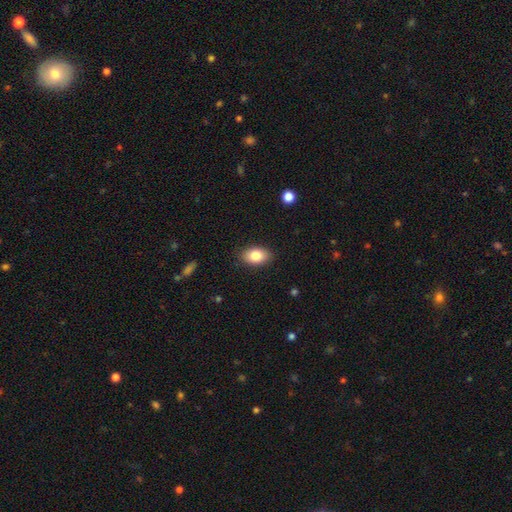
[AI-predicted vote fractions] Smooth or featured? Predicted: smooth (p=0.83). How rounded? Predicted: in between (p=0.89). Merging? Predicted: none (p=0.87).